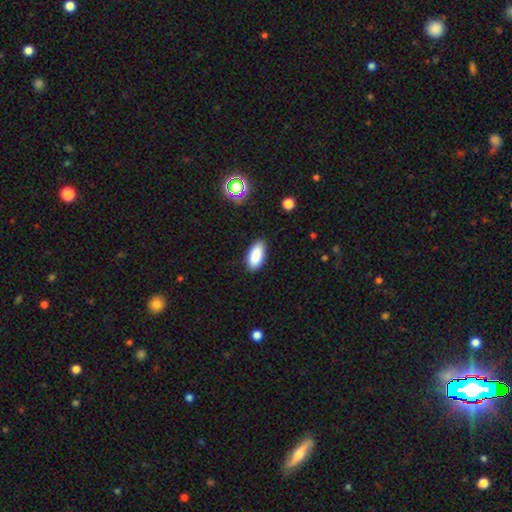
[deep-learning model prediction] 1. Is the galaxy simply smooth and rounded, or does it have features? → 88% smooth, 7% star or artifact, 4% featured or disk.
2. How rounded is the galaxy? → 90% in between, 8% cigar-shaped, 2% round.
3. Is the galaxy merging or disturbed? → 87% none, 10% minor disturbance, 2% major disturbance, 1% merger.